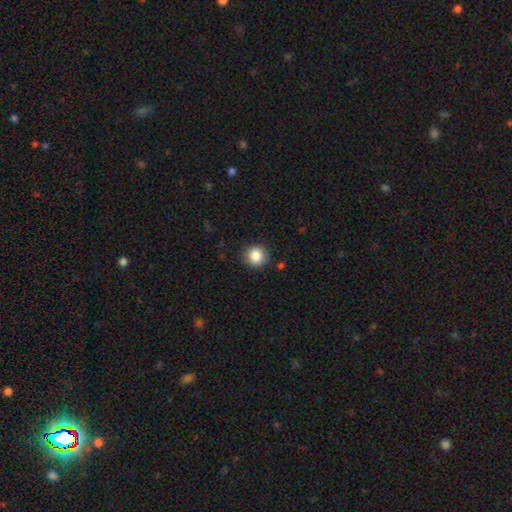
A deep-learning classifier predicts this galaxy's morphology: Smooth or featured? smooth (86%)
How rounded? round (89%)
Merging? none (88%)